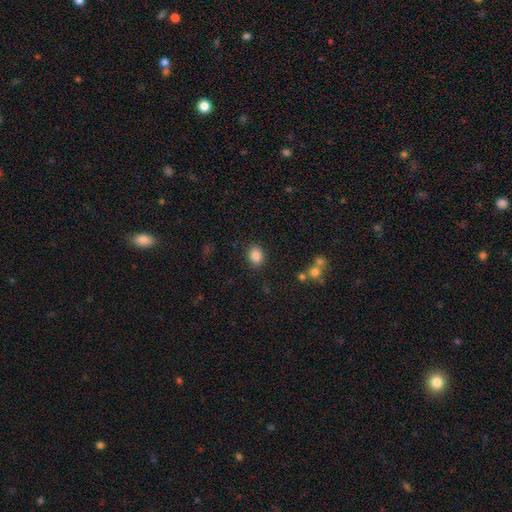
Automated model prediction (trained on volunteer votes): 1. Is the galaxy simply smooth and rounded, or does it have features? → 86% smooth, 10% star or artifact, 5% featured or disk.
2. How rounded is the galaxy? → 56% in between, 43% round, 1% cigar-shaped.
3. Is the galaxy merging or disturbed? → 86% none, 8% minor disturbance, 3% major disturbance, 2% merger.